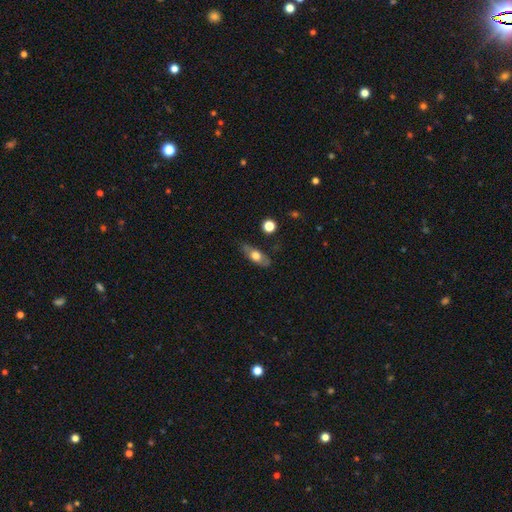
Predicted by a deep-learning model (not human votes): Smooth or featured?
  - smooth: 57% *
  - featured or disk: 36%
  - star or artifact: 7%
How rounded?
  - in between: 73% *
  - cigar-shaped: 21%
  - round: 6%
Merging?
  - none: 73% *
  - minor disturbance: 19%
  - major disturbance: 5%
  - merger: 2%